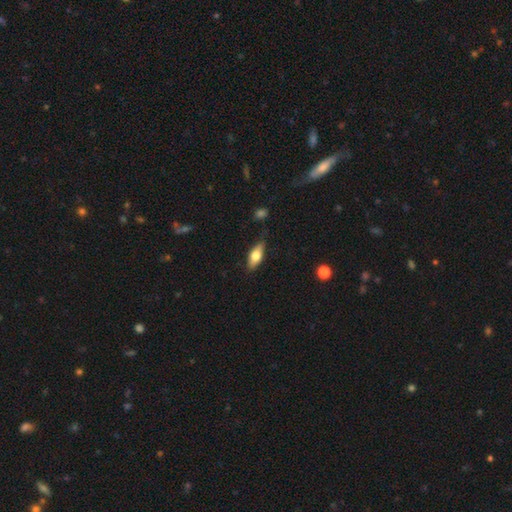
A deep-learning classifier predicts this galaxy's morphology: Smooth or featured? Predicted: smooth (p=0.64). How rounded? Predicted: in between (p=0.72). Merging? Predicted: none (p=0.79).